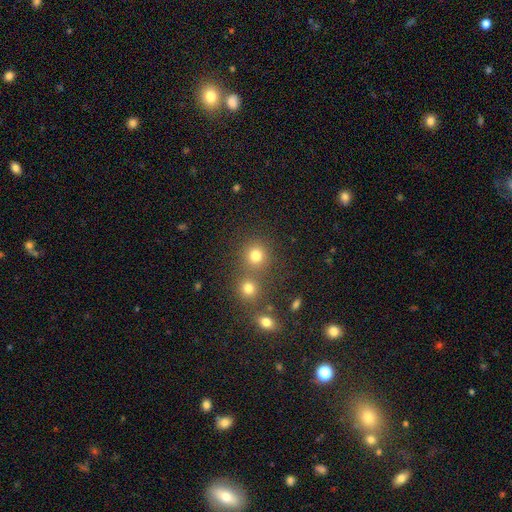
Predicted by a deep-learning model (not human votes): smooth 79%, star or artifact 16%, featured or disk 6%. Down the decision tree: how rounded — round (89%); merging — none (68%).